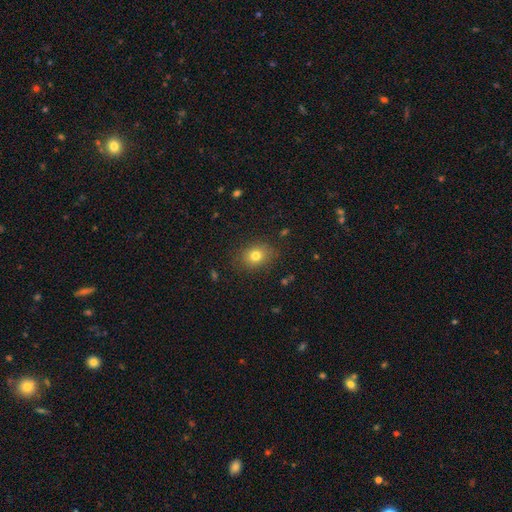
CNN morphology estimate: This appears to be a smooth galaxy with no disk features (78%) that is round (50%). Merging: none (85%).